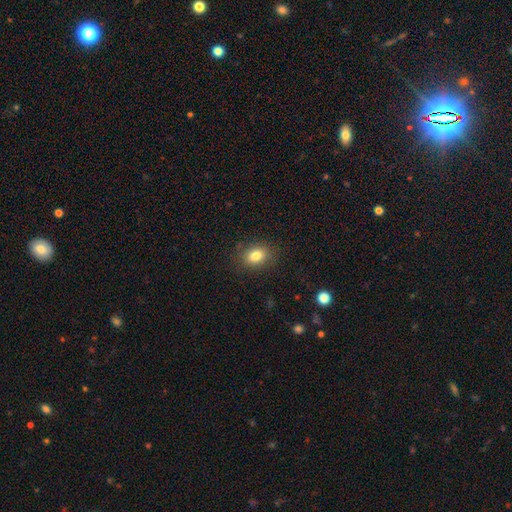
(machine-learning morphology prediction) Overall: smooth (82%). How rounded: in between (67%; round 32%). Merging: none (86%).